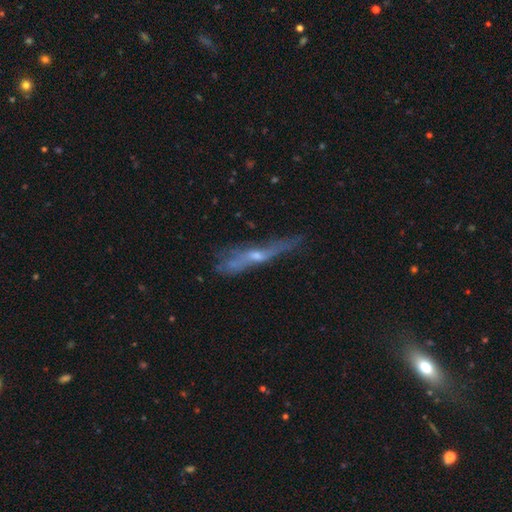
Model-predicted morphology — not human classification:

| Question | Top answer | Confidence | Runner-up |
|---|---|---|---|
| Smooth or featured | featured or disk | 61% | smooth (29%) |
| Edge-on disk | yes | 73% | no (27%) |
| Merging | none | 48% | minor disturbance (27%) |